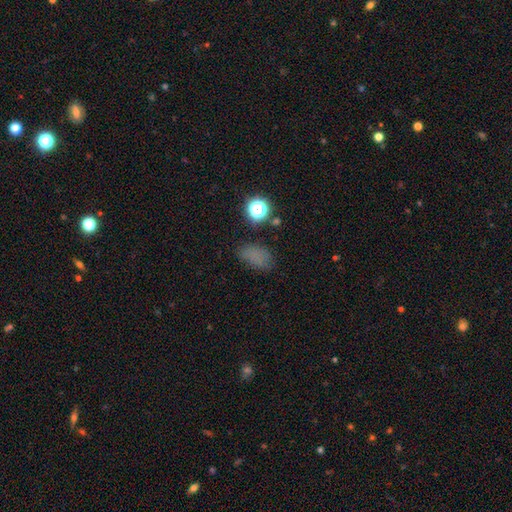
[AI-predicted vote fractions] smooth_or_featured: smooth (p=0.69) [alt: star or artifact p=0.23]
how_rounded: in between (p=0.82) [alt: round p=0.15]
merging: none (p=0.71) [alt: minor disturbance p=0.19]